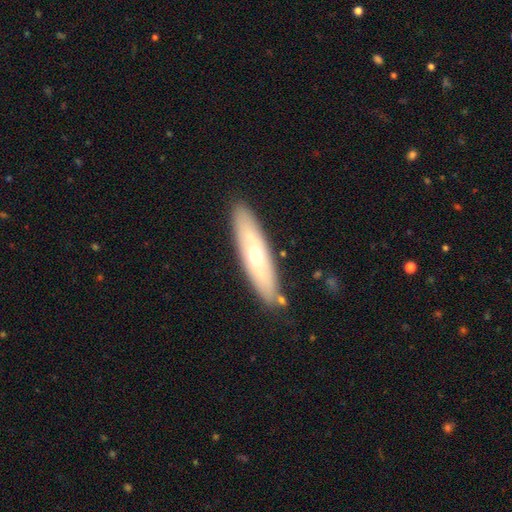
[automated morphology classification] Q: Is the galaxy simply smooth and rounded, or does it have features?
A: featured or disk — 49%.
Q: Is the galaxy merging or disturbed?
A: none — 85%.